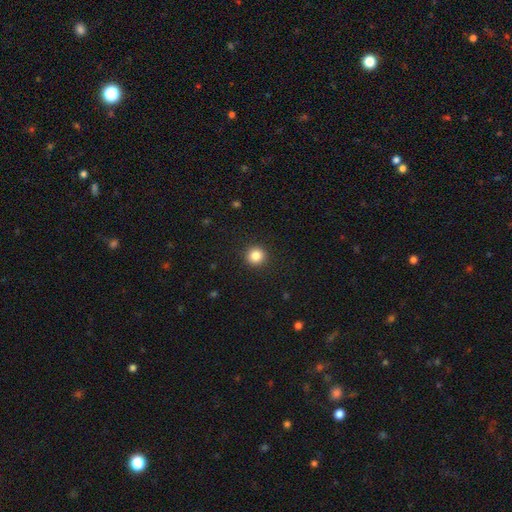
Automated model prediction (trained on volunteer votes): Q: Smooth or featured?
A: smooth (85%); runner-up: star or artifact (11%)
Q: How rounded?
A: round (94%); runner-up: in between (5%)
Q: Merging?
A: none (92%); runner-up: minor disturbance (5%)